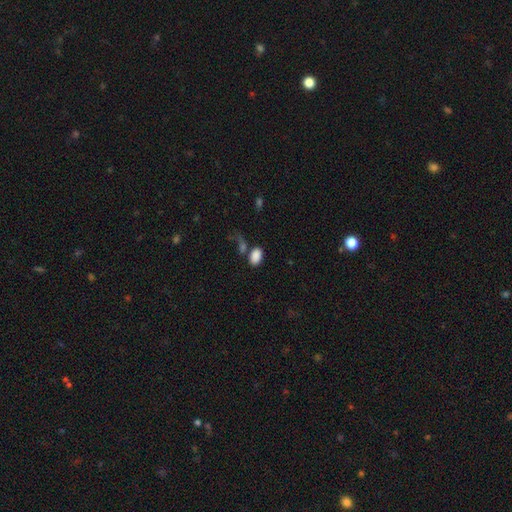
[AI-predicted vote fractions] This appears to be a smooth galaxy with no disk features (87%) that is in between round and cigar-shaped (90%). Merging: none (61%).